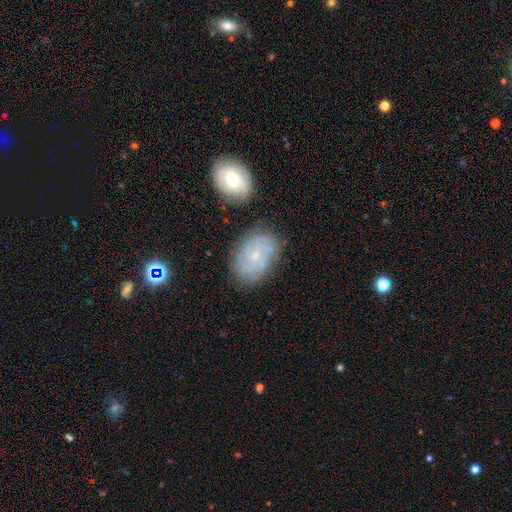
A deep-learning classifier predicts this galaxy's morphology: Smooth or featured: featured or disk — 62% (smooth — 29%)
Edge-on disk: no — 97% (yes — 3%)
Bar: no — 76% (weak — 21%)
Spiral arms: yes — 82% (no — 18%)
Bulge size: small — 80% (moderate — 15%)
Merging: none — 72% (minor disturbance — 18%)